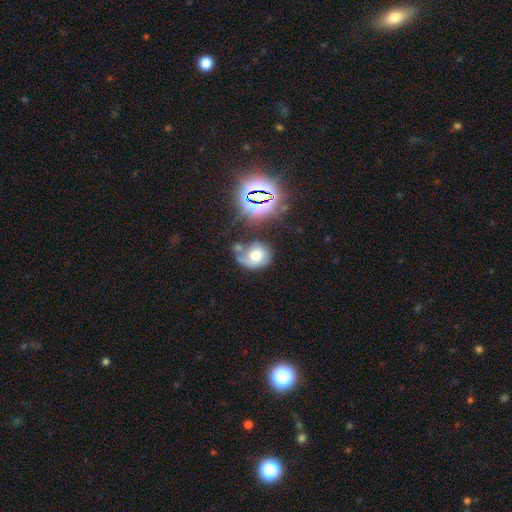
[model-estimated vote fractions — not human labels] Smooth or featured? smooth (54%)
How rounded? round (67%)
Merging? none (35%)